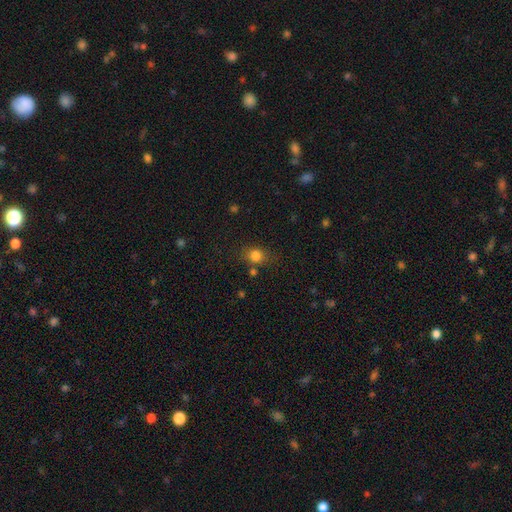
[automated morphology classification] A smooth galaxy with no disk features (81%) that is round (60%). Merging: none (72%).